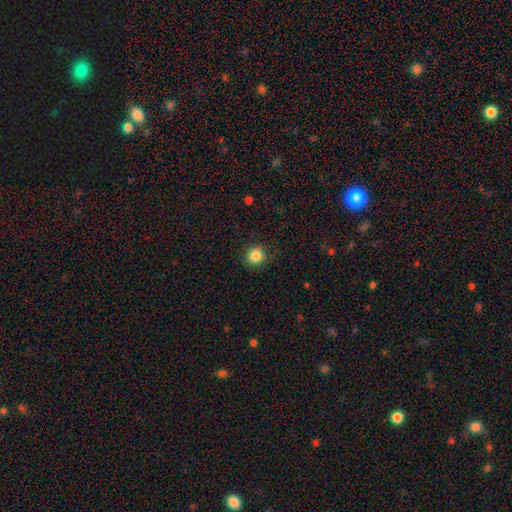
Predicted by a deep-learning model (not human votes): This is clearly a smooth galaxy (84%). How rounded: clearly round (85%). Merging: clearly none (82%).